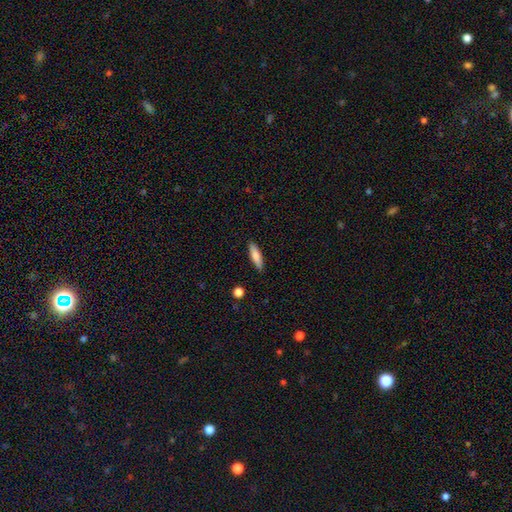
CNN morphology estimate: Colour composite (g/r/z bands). It shows a smooth galaxy with no disk features (79%) that is cigar-shaped (69%). Merging: none (88%).